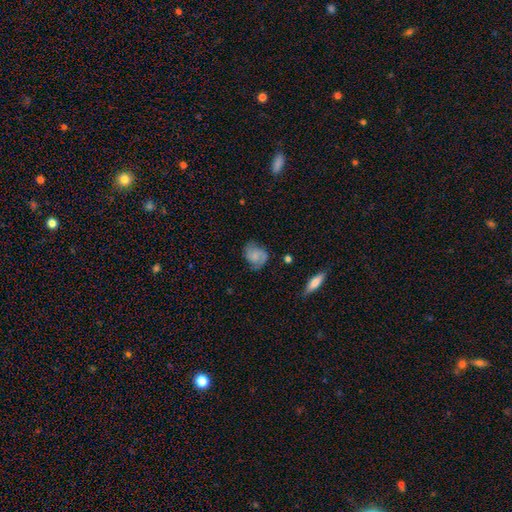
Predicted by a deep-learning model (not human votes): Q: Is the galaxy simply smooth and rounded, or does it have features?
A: featured or disk — 46%, tied with smooth.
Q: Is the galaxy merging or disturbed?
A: none — 62%.